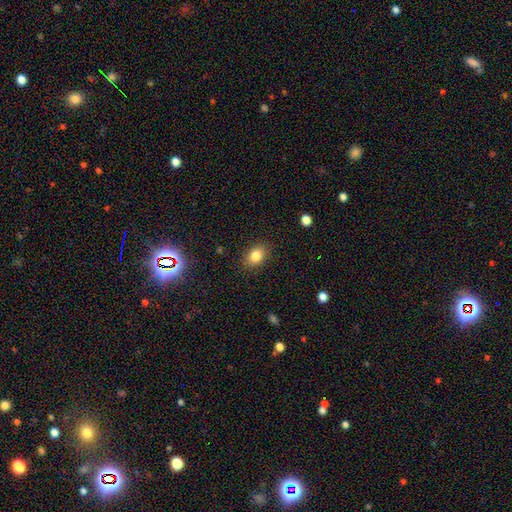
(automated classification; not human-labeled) A smooth galaxy with no disk features (83%) that is in between round and cigar-shaped (75%). Merging: none (86%).